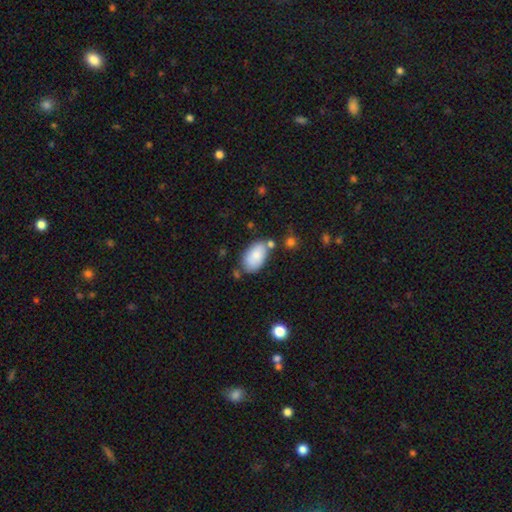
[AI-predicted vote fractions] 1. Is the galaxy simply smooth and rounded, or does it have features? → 82% smooth, 11% featured or disk, 7% star or artifact.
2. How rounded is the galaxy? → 94% in between, 5% round, 1% cigar-shaped.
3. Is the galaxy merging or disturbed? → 65% none, 20% minor disturbance, 10% merger, 5% major disturbance.